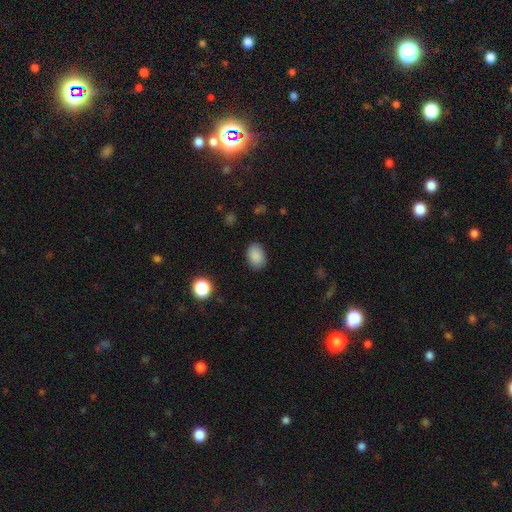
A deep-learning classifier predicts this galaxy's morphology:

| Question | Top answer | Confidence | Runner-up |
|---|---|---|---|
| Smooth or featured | smooth | 87% | star or artifact (9%) |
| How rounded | in between | 78% | round (21%) |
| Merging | none | 86% | minor disturbance (10%) |